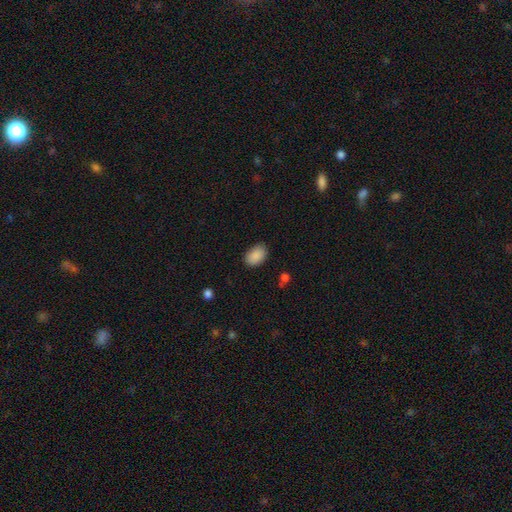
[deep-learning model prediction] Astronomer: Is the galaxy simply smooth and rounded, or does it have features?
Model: smooth — 89%.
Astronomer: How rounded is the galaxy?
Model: in between — 88%.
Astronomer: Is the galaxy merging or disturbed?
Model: none — 83%.